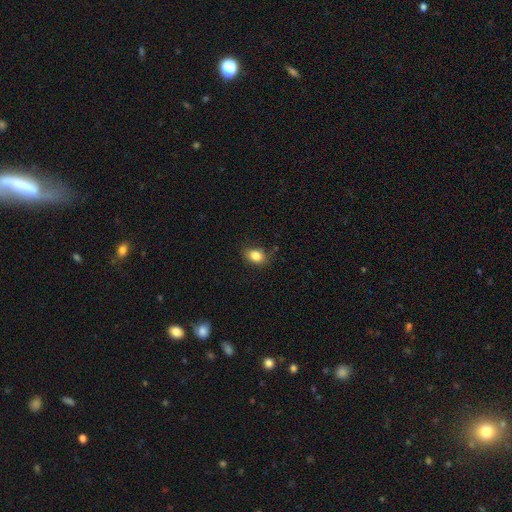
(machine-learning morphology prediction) smooth-or-featured: smooth: 83% | star or artifact: 10% | featured or disk: 7%
  how-rounded: in between: 70% | round: 29% | cigar-shaped: 1%
  merging: none: 75% | minor disturbance: 19% | major disturbance: 4% | merger: 2%